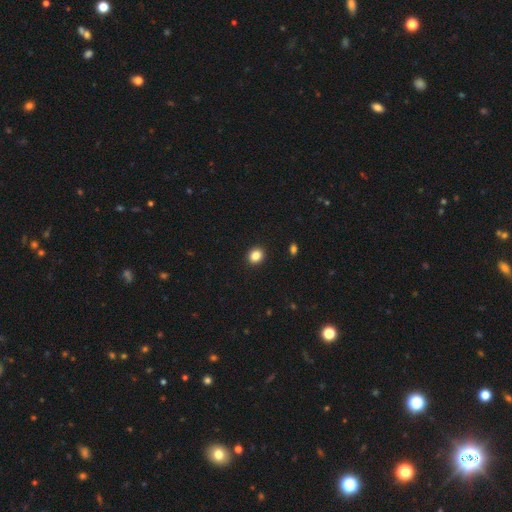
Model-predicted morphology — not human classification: smooth-or-featured: smooth: 85% | star or artifact: 11% | featured or disk: 4%
  how-rounded: round: 71% | in between: 28% | cigar-shaped: 1%
  merging: none: 93% | minor disturbance: 5% | major disturbance: 2% | merger: 1%